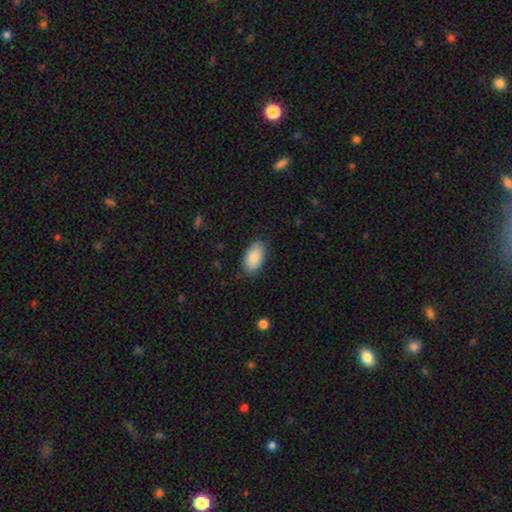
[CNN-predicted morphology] smooth 88%, star or artifact 6%, featured or disk 6%. Down the decision tree: how rounded — in between (94%); merging — none (84%).